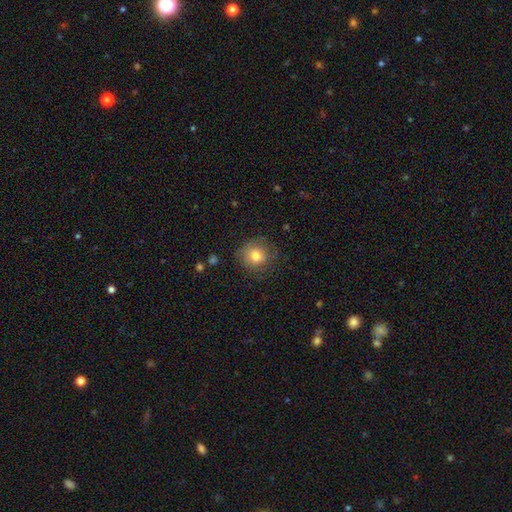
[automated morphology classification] A smooth galaxy with no disk features (77%) that is round (88%). Merging: none (76%).